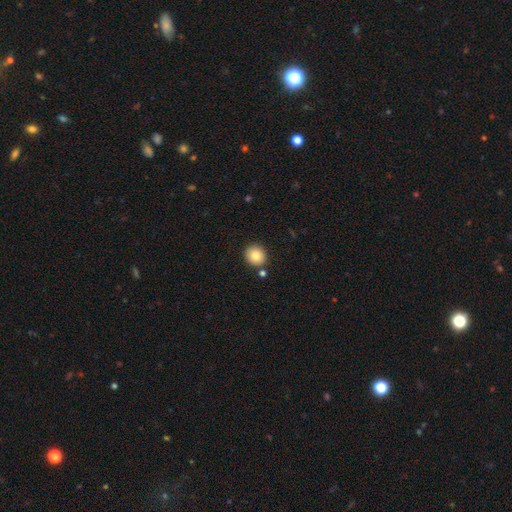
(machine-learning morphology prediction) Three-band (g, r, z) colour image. It shows a smooth galaxy with no disk features (84%) that is round (89%). Merging: none (85%).